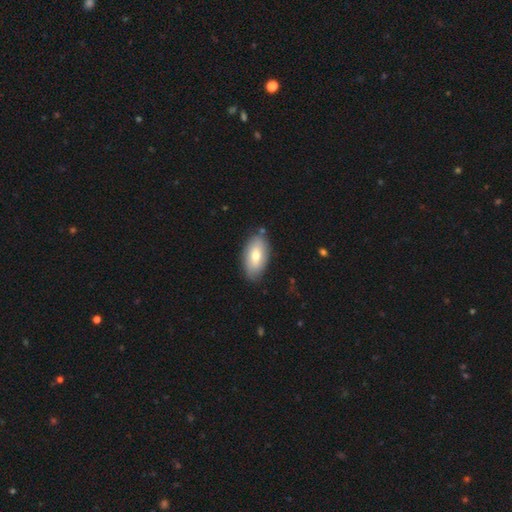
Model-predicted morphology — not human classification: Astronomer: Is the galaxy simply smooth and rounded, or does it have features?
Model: smooth — 71%.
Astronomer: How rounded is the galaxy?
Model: in between — 94%.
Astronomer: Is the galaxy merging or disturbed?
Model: none — 81%.